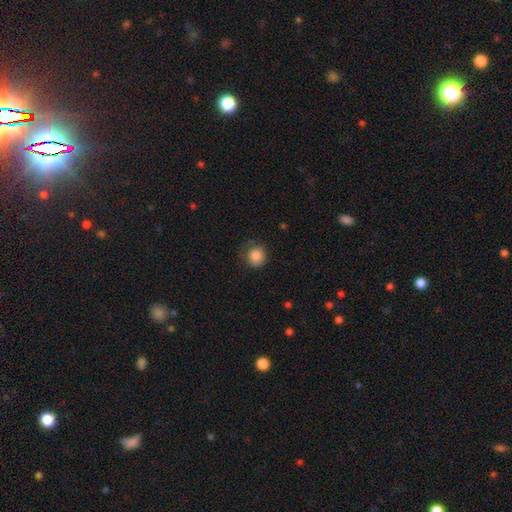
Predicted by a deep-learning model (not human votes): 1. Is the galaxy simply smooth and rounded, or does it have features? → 86% smooth, 9% star or artifact, 5% featured or disk.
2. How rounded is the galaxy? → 86% round, 13% in between, 1% cigar-shaped.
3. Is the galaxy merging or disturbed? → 71% none, 22% minor disturbance, 6% major disturbance, 1% merger.